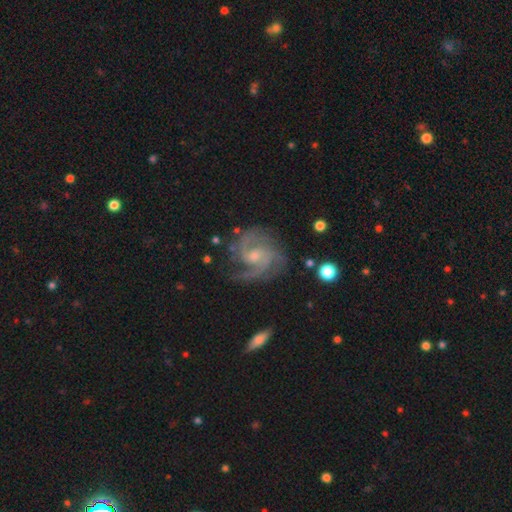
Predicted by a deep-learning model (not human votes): smooth_or_featured: featured or disk (p=0.91) [alt: star or artifact p=0.05]
disk_edge_on: no (p=0.98) [alt: yes p=0.02]
bar: no (p=0.53) [alt: weak p=0.40]
has_spiral_arms: yes (p=0.98) [alt: no p=0.02]
spiral_winding: medium (p=0.55) [alt: tight p=0.33]
spiral_arm_count: 2 (p=0.38) [alt: 3 p=0.37]
bulge_size: small (p=0.57) [alt: moderate p=0.35]
merging: none (p=0.73) [alt: minor disturbance p=0.17]